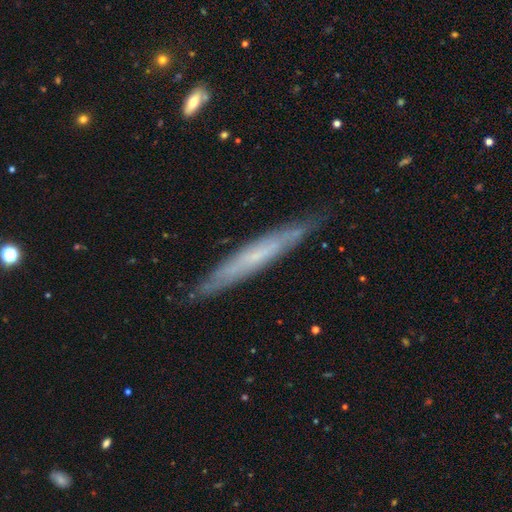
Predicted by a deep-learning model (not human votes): The model was most divided on "smooth or featured": featured or disk: 60%, smooth: 33%, star or artifact: 7%. More confident: merging — none (85%); edge-on disk — yes (83%).